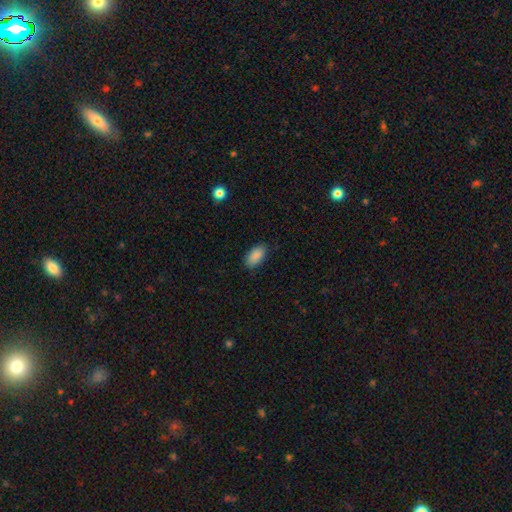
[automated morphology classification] Smooth or featured: smooth — 89% (star or artifact — 7%)
How rounded: in between — 94% (round — 3%)
Merging: none — 86% (minor disturbance — 11%)